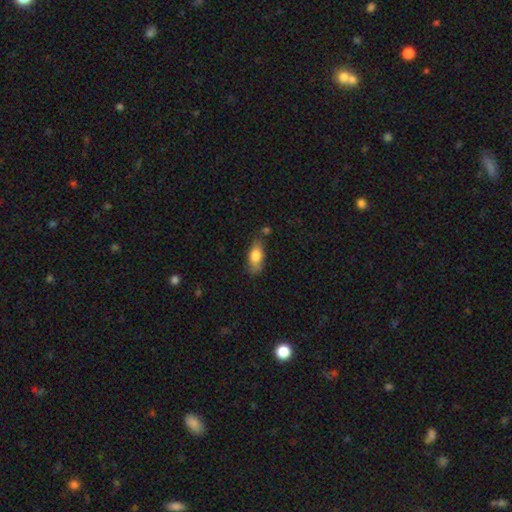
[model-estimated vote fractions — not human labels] Smooth or featured?
  - smooth: 77% *
  - featured or disk: 16%
  - star or artifact: 7%
How rounded?
  - in between: 83% *
  - cigar-shaped: 13%
  - round: 5%
Merging?
  - none: 63% *
  - minor disturbance: 25%
  - major disturbance: 6%
  - merger: 6%